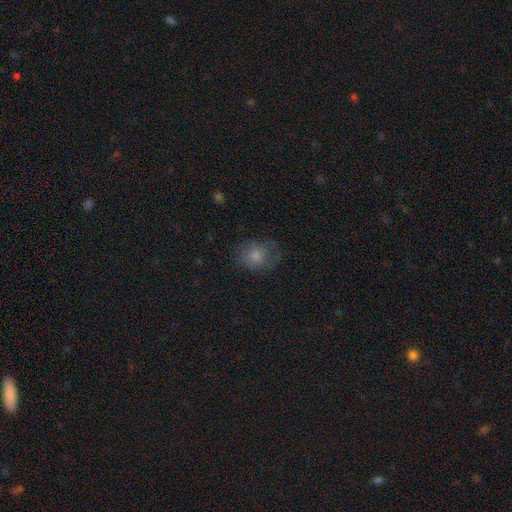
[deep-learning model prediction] Overall: smooth (75%). How rounded: round (62%; in between 37%). Merging: none (64%).